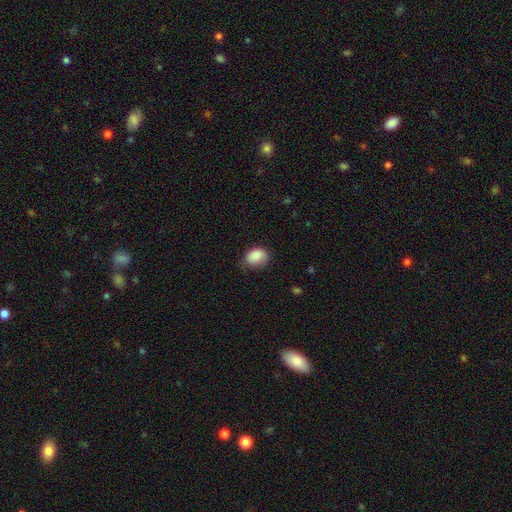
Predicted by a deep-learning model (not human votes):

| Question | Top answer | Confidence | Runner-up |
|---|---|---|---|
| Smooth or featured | smooth | 87% | star or artifact (8%) |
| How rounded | in between | 69% | round (30%) |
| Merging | none | 61% | minor disturbance (31%) |